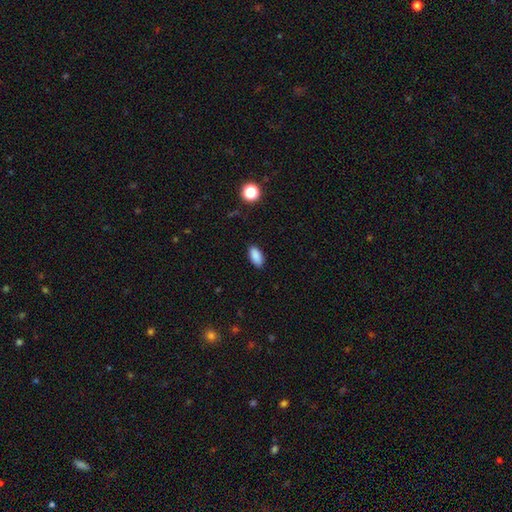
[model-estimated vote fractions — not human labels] Q: Smooth or featured?
A: smooth (88%); runner-up: star or artifact (8%)
Q: How rounded?
A: in between (92%); runner-up: cigar-shaped (6%)
Q: Merging?
A: none (87%); runner-up: minor disturbance (9%)